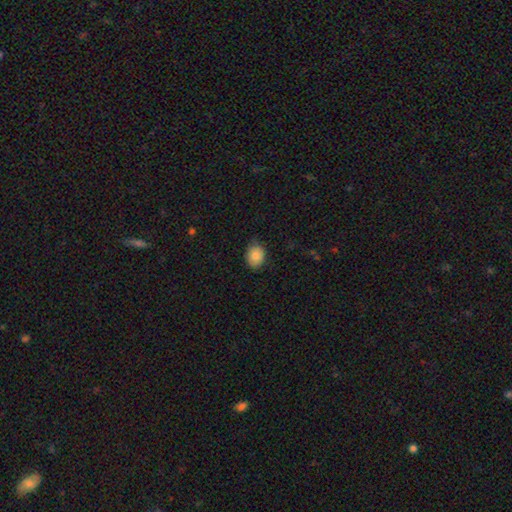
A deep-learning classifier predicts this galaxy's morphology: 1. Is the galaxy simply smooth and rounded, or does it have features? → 84% smooth, 8% star or artifact, 8% featured or disk.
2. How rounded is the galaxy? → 55% in between, 44% round, 1% cigar-shaped.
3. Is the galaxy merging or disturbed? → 79% none, 17% minor disturbance, 3% major disturbance, 1% merger.